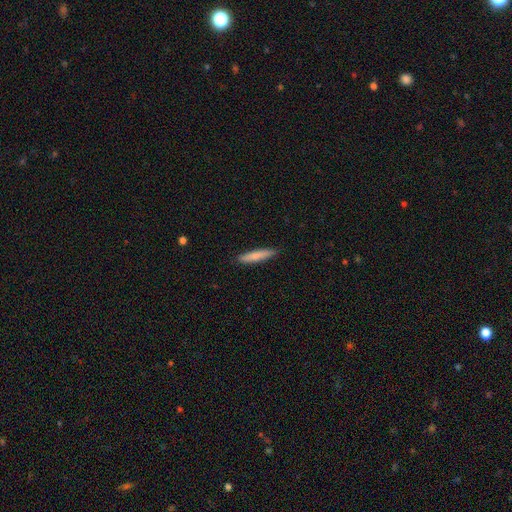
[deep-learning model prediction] Smooth or featured?
  - smooth: 81% *
  - featured or disk: 13%
  - star or artifact: 5%
How rounded?
  - cigar-shaped: 89% *
  - in between: 10%
  - round: 1%
Merging?
  - none: 89% *
  - minor disturbance: 8%
  - major disturbance: 2%
  - merger: 1%